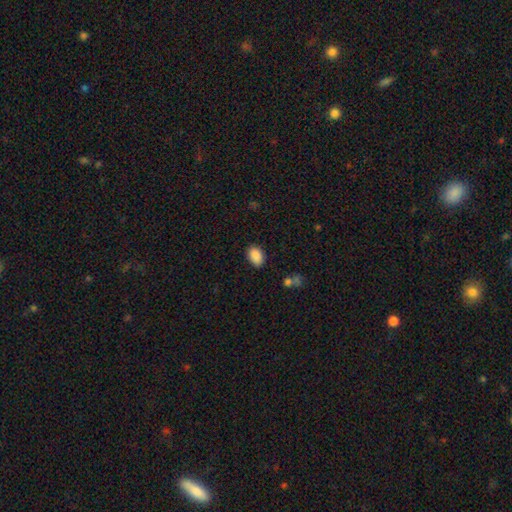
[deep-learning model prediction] A smooth galaxy with no disk features (89%) that is in between round and cigar-shaped (85%). Merging: none (84%).